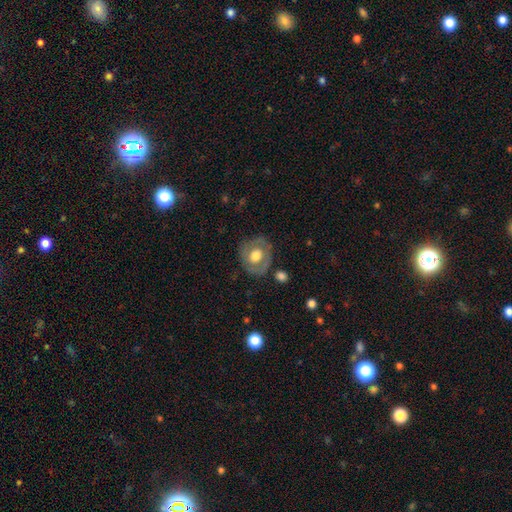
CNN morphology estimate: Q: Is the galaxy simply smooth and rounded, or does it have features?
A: smooth — 47%.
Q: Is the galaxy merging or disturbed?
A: none — 77%.